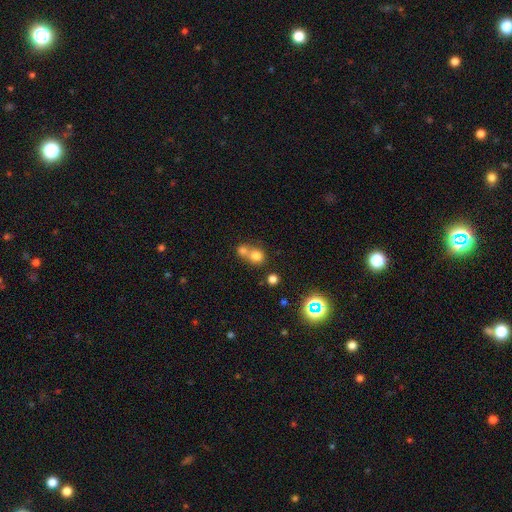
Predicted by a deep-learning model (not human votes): Morphology: type=smooth (75%); roundness=round (83%); merging=merger (53%).